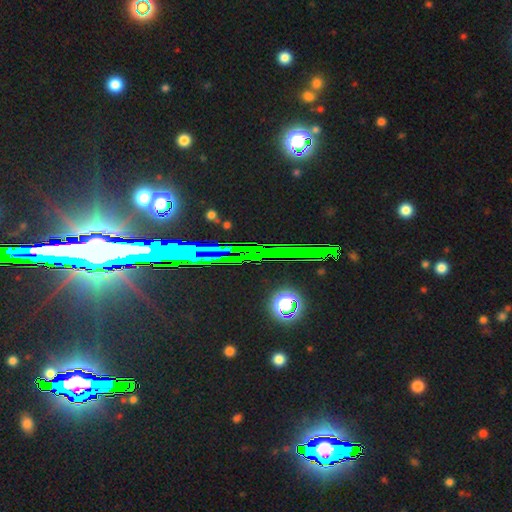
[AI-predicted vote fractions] This is clearly a star or artifact rather than a galaxy (83%).